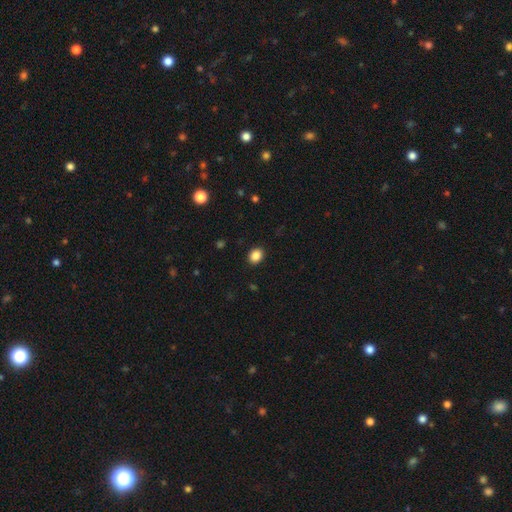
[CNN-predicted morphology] Smooth or featured: smooth — 87% (star or artifact — 9%)
How rounded: in between — 55% (round — 44%)
Merging: none — 90% (minor disturbance — 7%)